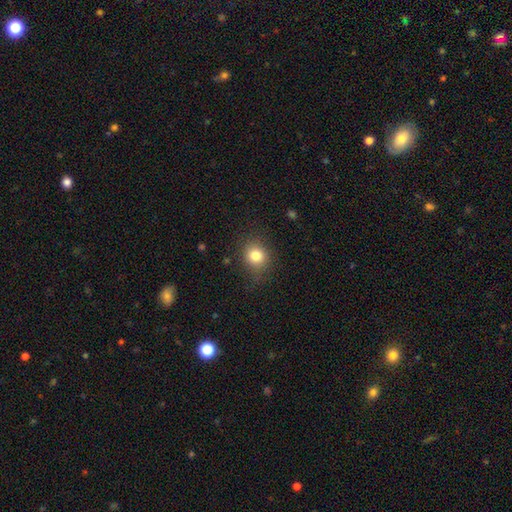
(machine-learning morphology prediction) smooth 80%, star or artifact 12%, featured or disk 8%. Down the decision tree: how rounded — round (79%); merging — none (80%).